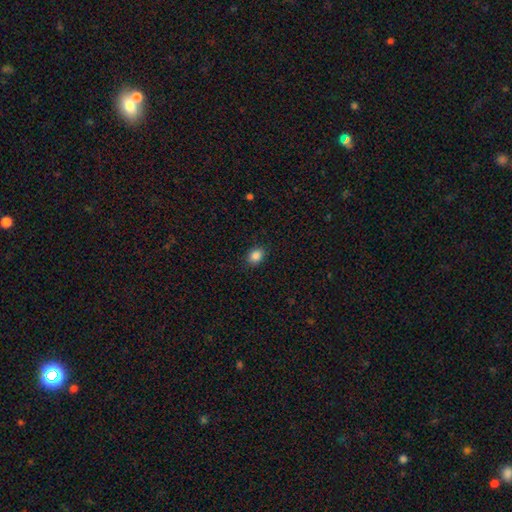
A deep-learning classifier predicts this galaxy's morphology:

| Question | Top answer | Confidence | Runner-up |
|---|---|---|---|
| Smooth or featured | smooth | 87% | star or artifact (10%) |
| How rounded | in between | 56% | round (43%) |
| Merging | none | 88% | minor disturbance (8%) |